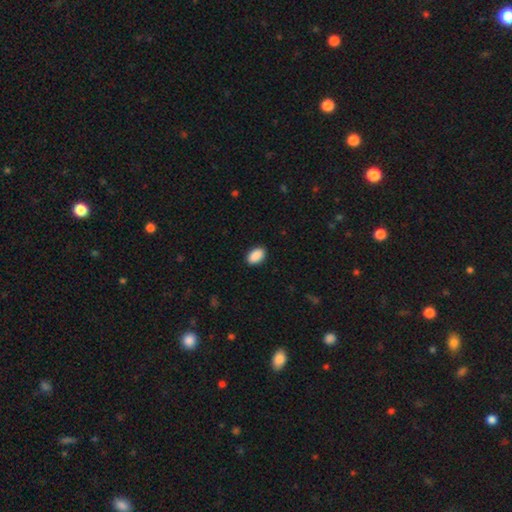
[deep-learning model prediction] A smooth galaxy with no disk features (91%) that is in between round and cigar-shaped (92%). Merging: none (89%).